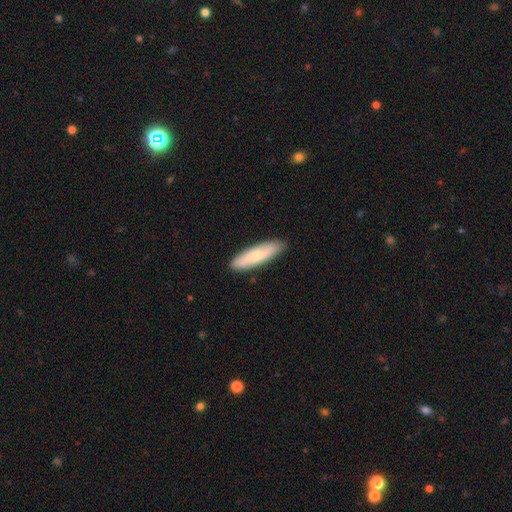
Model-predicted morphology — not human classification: Smooth or featured? smooth (75%)
How rounded? cigar-shaped (67%)
Merging? none (89%)